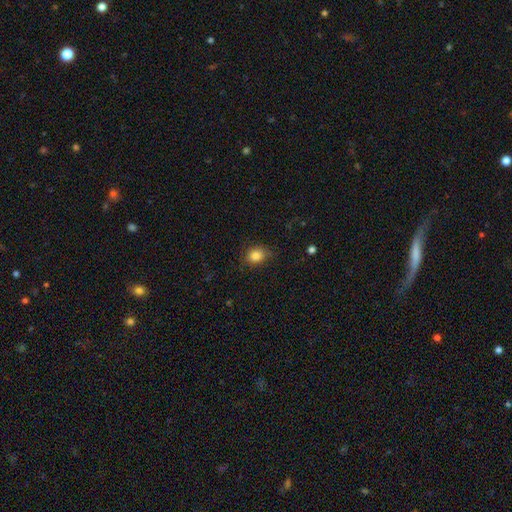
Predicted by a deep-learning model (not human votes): Smooth or featured?
  - smooth: 85% *
  - star or artifact: 10%
  - featured or disk: 5%
How rounded?
  - in between: 52% *
  - round: 47%
  - cigar-shaped: 1%
Merging?
  - none: 78% *
  - minor disturbance: 17%
  - major disturbance: 4%
  - merger: 1%